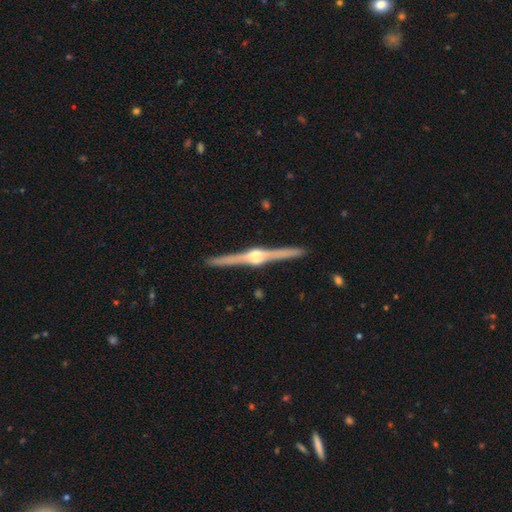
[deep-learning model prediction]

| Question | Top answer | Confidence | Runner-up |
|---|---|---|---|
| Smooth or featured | featured or disk | 89% | smooth (7%) |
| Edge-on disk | yes | 99% | no (1%) |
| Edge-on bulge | rounded | 91% | boxy (6%) |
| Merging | none | 92% | minor disturbance (5%) |